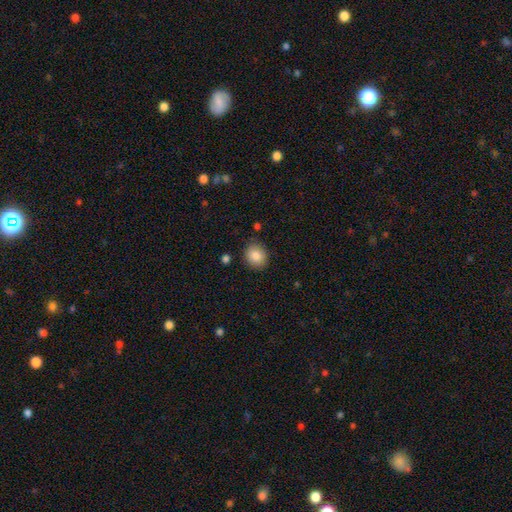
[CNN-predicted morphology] Q: Smooth or featured?
A: smooth (86%); runner-up: star or artifact (8%)
Q: How rounded?
A: round (68%); runner-up: in between (31%)
Q: Merging?
A: none (85%); runner-up: minor disturbance (10%)